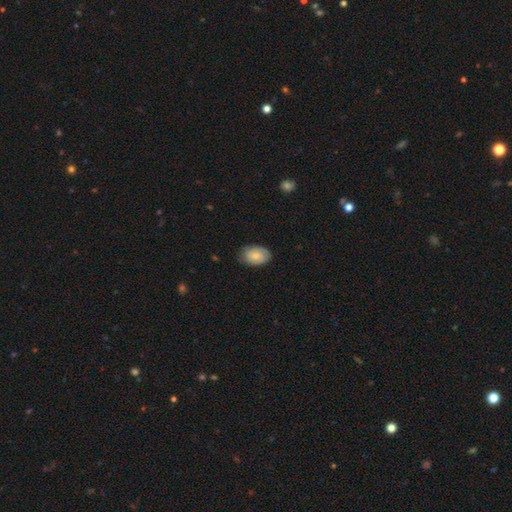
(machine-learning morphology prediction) Smooth or featured? Predicted: smooth (p=0.67). How rounded? Predicted: in between (p=0.86). Merging? Predicted: none (p=0.77).